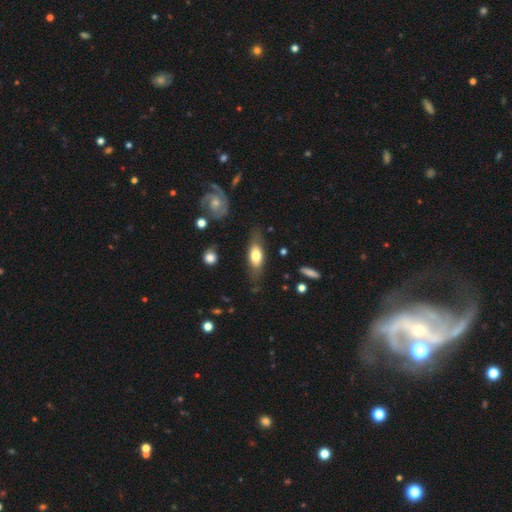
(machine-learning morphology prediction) smooth_or_featured: smooth (p=0.65) [alt: featured or disk p=0.28]
how_rounded: in between (p=0.68) [alt: cigar-shaped p=0.29]
merging: none (p=0.71) [alt: minor disturbance p=0.20]